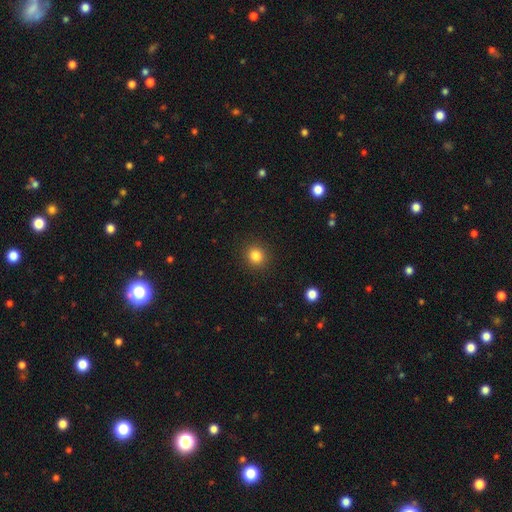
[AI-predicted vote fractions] Smooth or featured?
  - smooth: 84% *
  - star or artifact: 12%
  - featured or disk: 5%
How rounded?
  - round: 85% *
  - in between: 14%
  - cigar-shaped: 1%
Merging?
  - none: 91% *
  - minor disturbance: 6%
  - major disturbance: 2%
  - merger: 1%